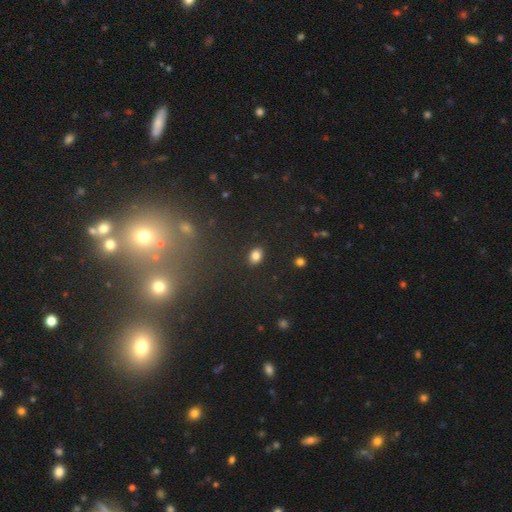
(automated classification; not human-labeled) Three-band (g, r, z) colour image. It shows a smooth galaxy with no disk features (83%) that is in between round and cigar-shaped (66%). Merging: none (89%).